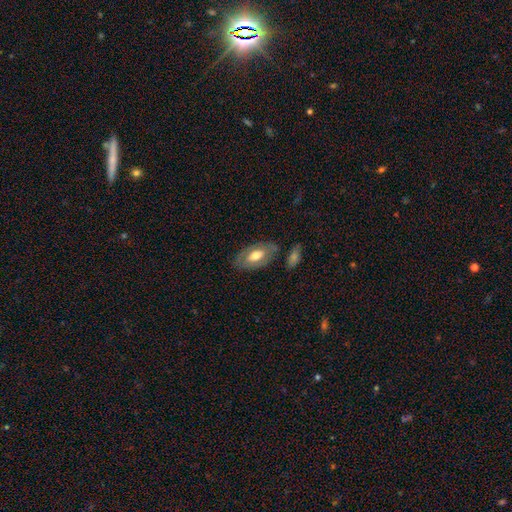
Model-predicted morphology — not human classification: Smooth or featured? Predicted: smooth (p=0.51). How rounded? Predicted: in between (p=0.92). Merging? Predicted: none (p=0.76).